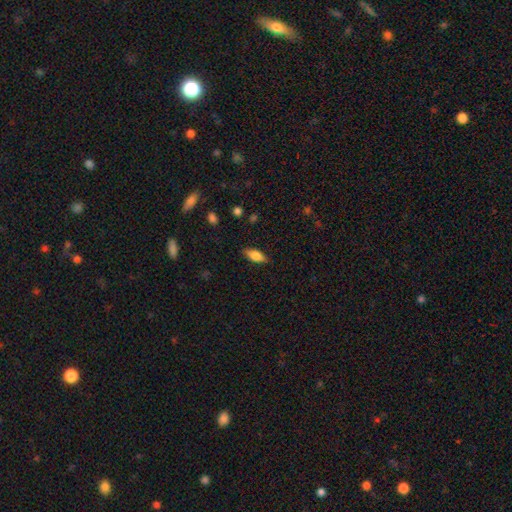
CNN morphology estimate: This is likely a smooth galaxy (76%). How rounded: likely in between (79%). Merging: clearly none (85%).